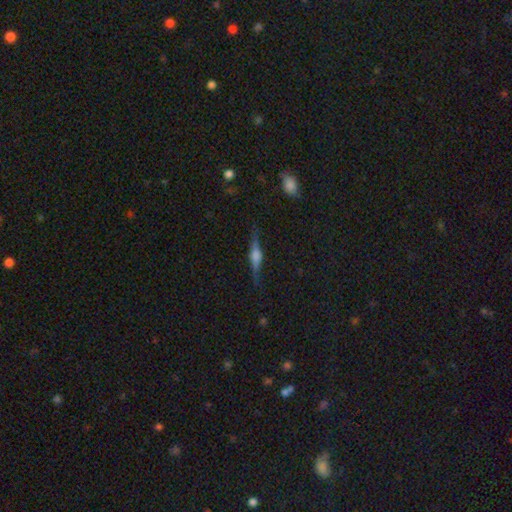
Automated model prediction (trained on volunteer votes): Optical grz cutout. It shows a featured or disk galaxy (73%) viewed edge-on (97%) with a rounded central bulge (77%). Merging: none (86%).